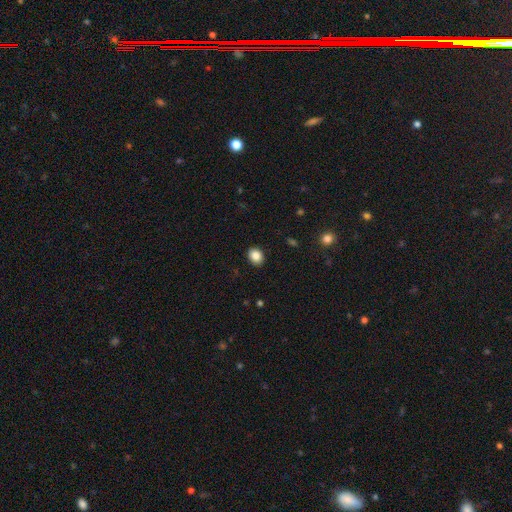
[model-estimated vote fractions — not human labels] Morphology: type=smooth (87%); roundness=round (53%); merging=none (90%).